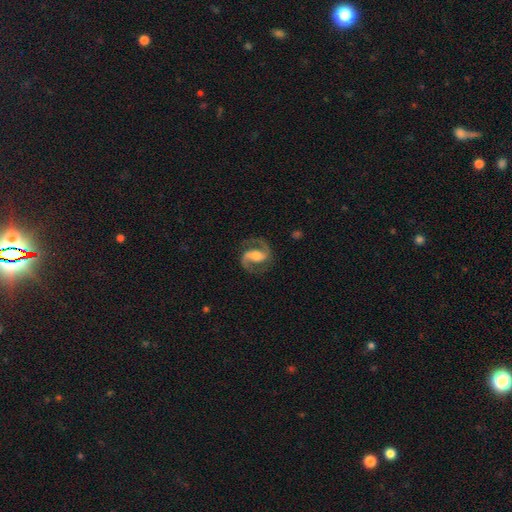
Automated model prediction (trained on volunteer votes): A featured or disk galaxy (91%) with a weak bar (41%), 2 (94%) medium (63%) spiral arms (98%) and a moderate central bulge (54%). Merging: none (82%).